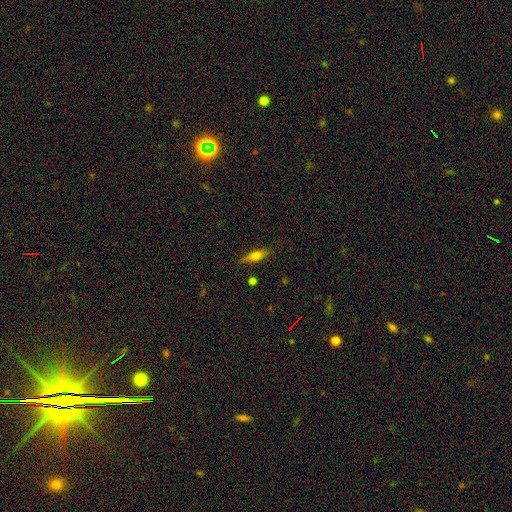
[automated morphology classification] Smooth or featured: smooth — 57% (featured or disk — 36%)
How rounded: cigar-shaped — 56% (in between — 41%)
Merging: none — 81% (minor disturbance — 14%)